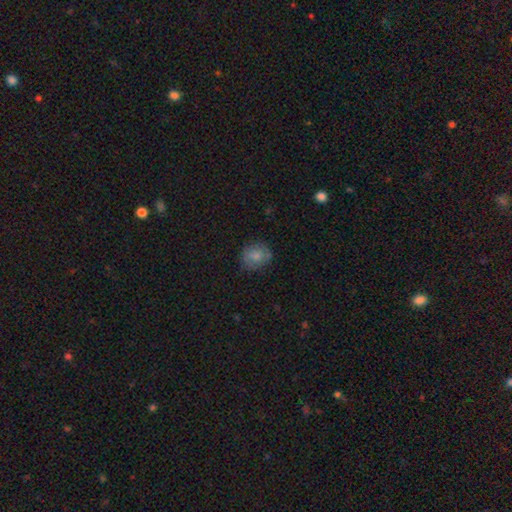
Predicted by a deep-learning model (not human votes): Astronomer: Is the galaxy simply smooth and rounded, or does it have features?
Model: smooth — 78%.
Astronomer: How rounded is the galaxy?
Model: round — 71%.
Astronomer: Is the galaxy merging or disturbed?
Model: none — 71%.